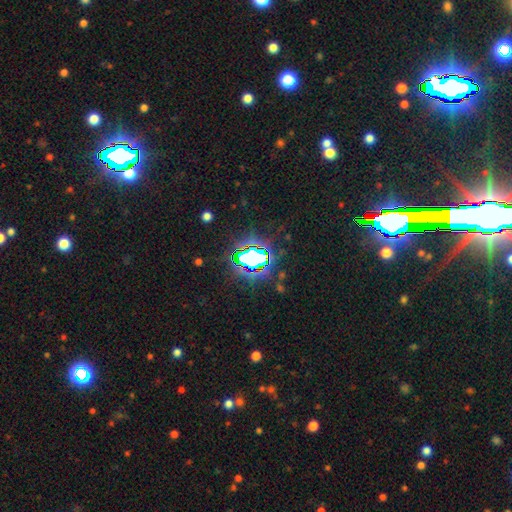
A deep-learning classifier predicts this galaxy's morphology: A star or artifact, not a galaxy (71%).

Vote fractions:
- Smooth or featured? star or artifact: 71% / smooth: 18% / featured or disk: 12%